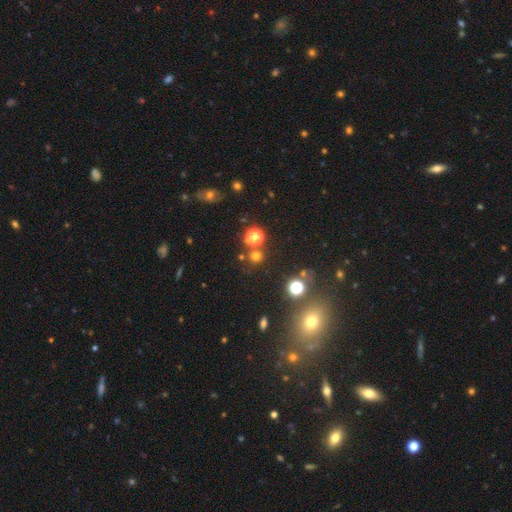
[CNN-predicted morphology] Smooth or featured? smooth (63%)
How rounded? round (92%)
Merging? none (79%)